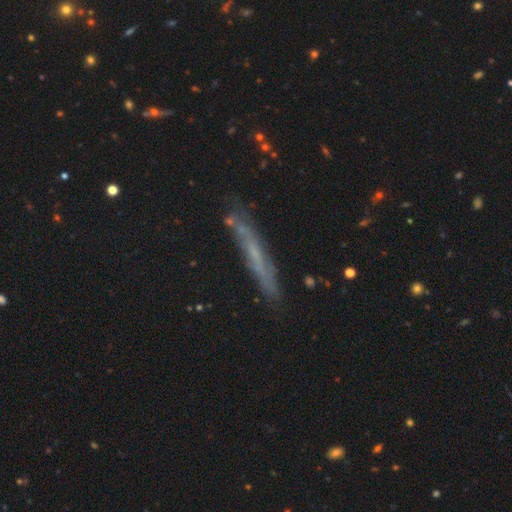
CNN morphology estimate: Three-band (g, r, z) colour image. It shows a featured or disk galaxy (49%). Merging: none (78%).